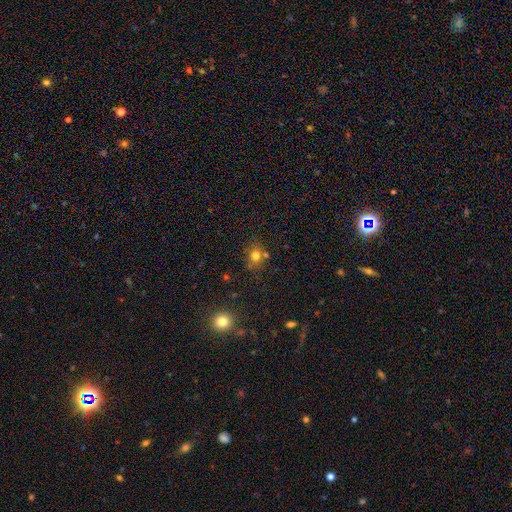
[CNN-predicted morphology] This is likely a smooth galaxy (74%). How rounded: likely round (65%). Merging: likely none (65%).